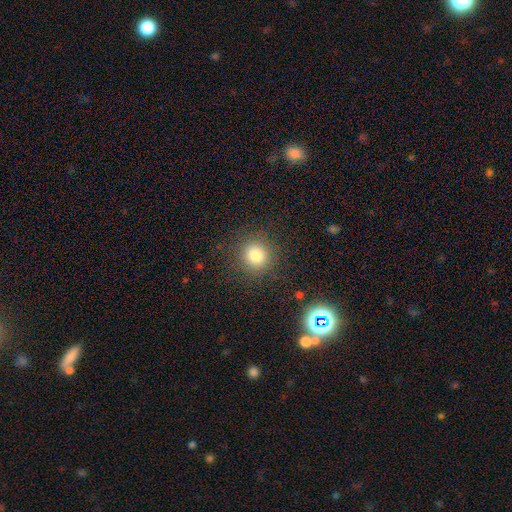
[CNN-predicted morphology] Smooth or featured? smooth (80%)
How rounded? round (91%)
Merging? none (88%)